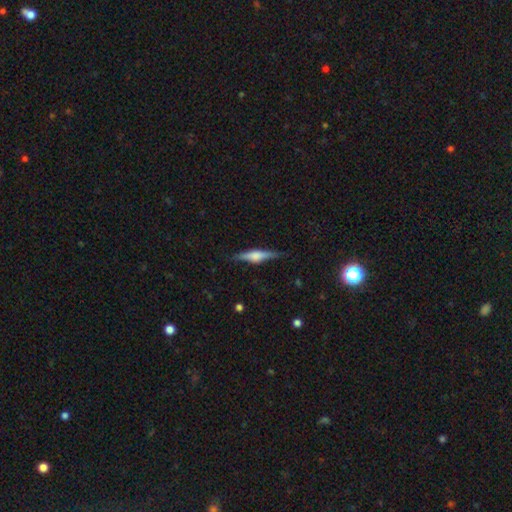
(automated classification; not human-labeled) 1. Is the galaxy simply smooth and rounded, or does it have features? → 62% featured or disk, 31% smooth, 6% star or artifact.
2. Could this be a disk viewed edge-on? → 97% yes, 3% no.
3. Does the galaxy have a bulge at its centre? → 74% rounded, 21% boxy, 5% none.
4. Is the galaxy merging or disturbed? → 84% none, 12% minor disturbance, 3% major disturbance, 1% merger.